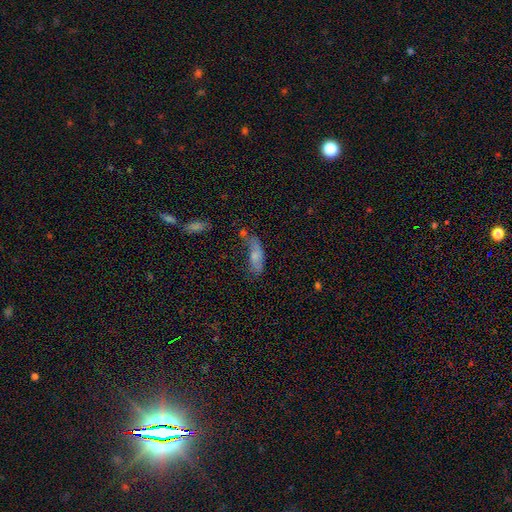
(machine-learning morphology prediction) smooth-or-featured: smooth: 69% | featured or disk: 22% | star or artifact: 10%
  how-rounded: in between: 65% | cigar-shaped: 32% | round: 3%
  merging: none: 35% | minor disturbance: 29% | major disturbance: 20% | merger: 17%